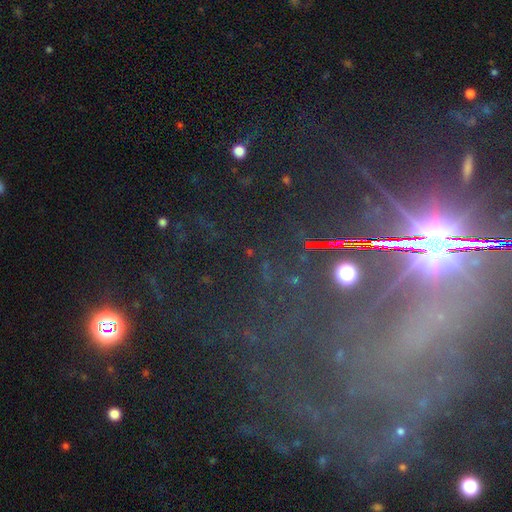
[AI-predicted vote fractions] Smooth or featured? Predicted: star or artifact (p=0.68).